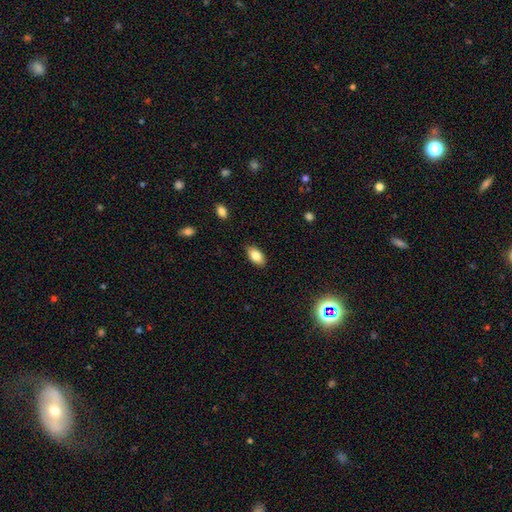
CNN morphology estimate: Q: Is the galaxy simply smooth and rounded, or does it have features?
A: smooth — 85%.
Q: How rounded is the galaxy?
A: in between — 92%.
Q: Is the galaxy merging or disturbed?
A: none — 86%.